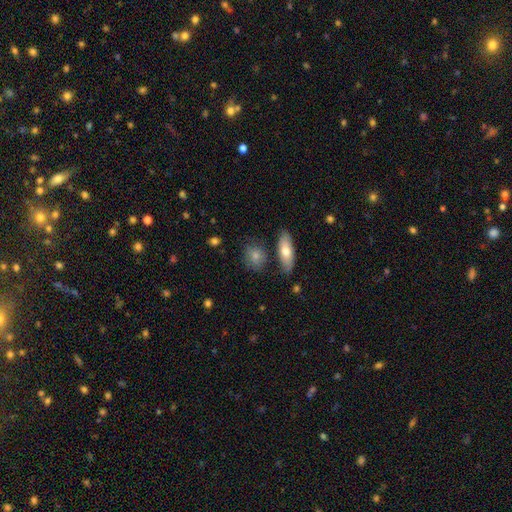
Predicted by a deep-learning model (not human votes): Morphology: type=smooth (78%); roundness=in between (49%); merging=none (70%).